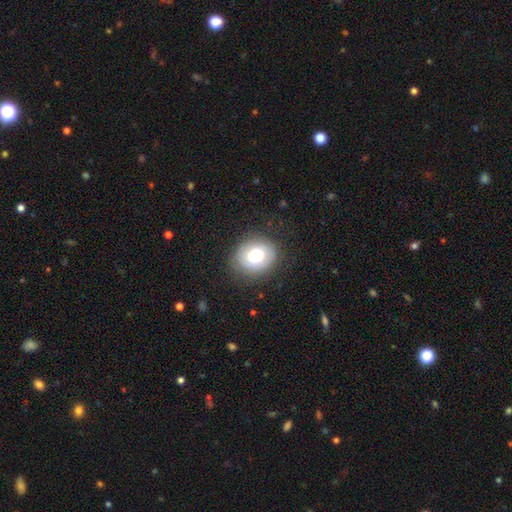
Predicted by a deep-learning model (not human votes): smooth_or_featured: smooth (p=0.73) [alt: featured or disk p=0.19]
how_rounded: round (p=0.59) [alt: in between p=0.40]
merging: none (p=0.81) [alt: minor disturbance p=0.13]